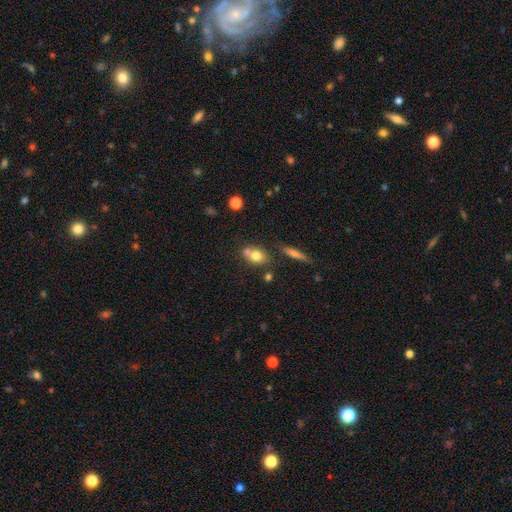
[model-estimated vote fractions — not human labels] A smooth galaxy with no disk features (73%) that is in between round and cigar-shaped (50%). Merging: none (46%).